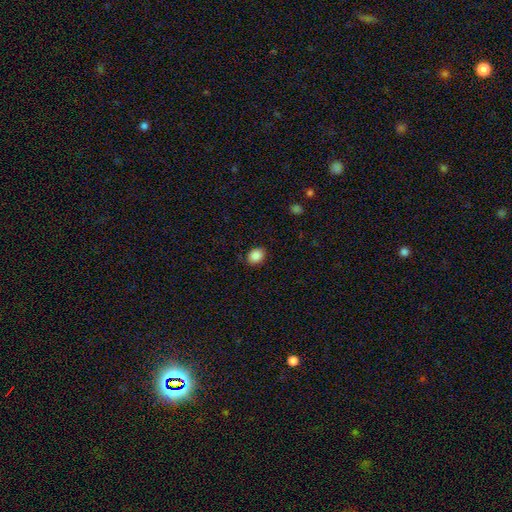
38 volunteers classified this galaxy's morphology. type=smooth (89%); roundness=in between (68%); merging=none (89%).